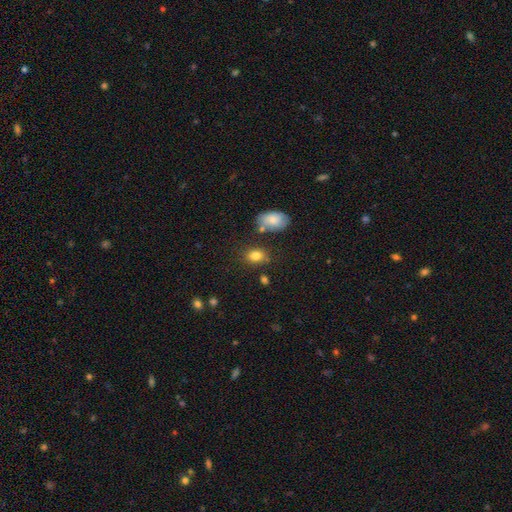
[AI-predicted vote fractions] smooth 83%, star or artifact 10%, featured or disk 7%. Down the decision tree: how rounded — in between (74%); merging — none (73%).